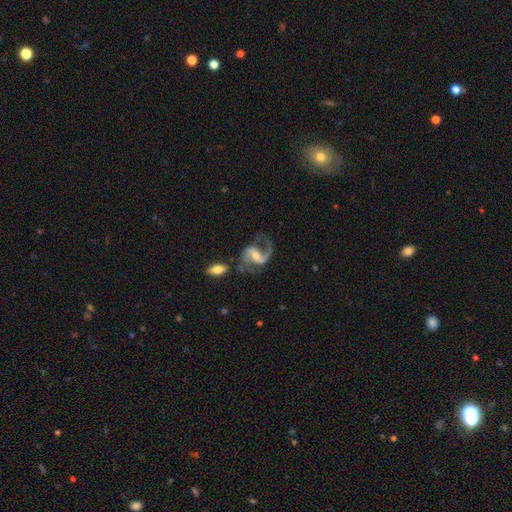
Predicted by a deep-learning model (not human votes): Smooth or featured: featured or disk — 89% (smooth — 6%)
Edge-on disk: no — 97% (yes — 3%)
Bar: weak — 43% (strong — 34%)
Spiral arms: yes — 96% (no — 4%)
Spiral winding: loose — 50% (medium — 43%)
Spiral arm count: 2 — 78% (1 — 18%)
Bulge size: small — 47% (moderate — 44%)
Merging: none — 56% (major disturbance — 19%)